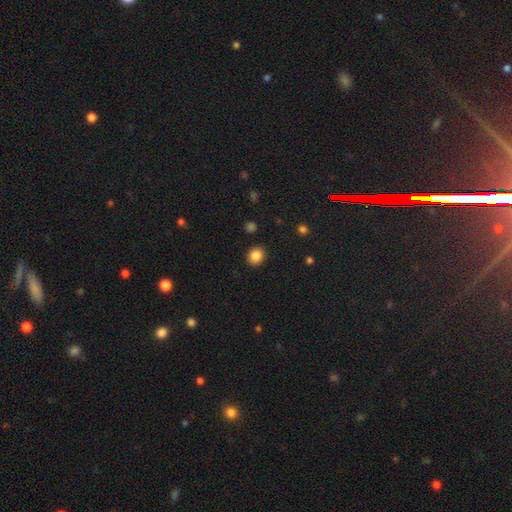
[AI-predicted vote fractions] Smooth or featured: smooth — 85% (star or artifact — 10%)
How rounded: round — 81% (in between — 18%)
Merging: none — 91% (minor disturbance — 6%)